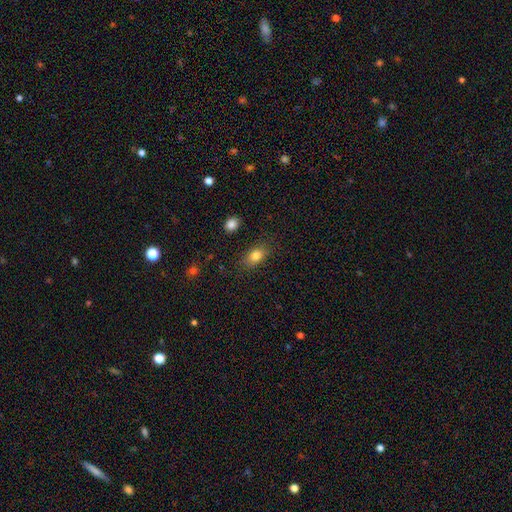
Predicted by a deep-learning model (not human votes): smooth_or_featured: smooth (p=0.82) [alt: star or artifact p=0.09]
how_rounded: in between (p=0.81) [alt: round p=0.16]
merging: none (p=0.82) [alt: minor disturbance p=0.13]